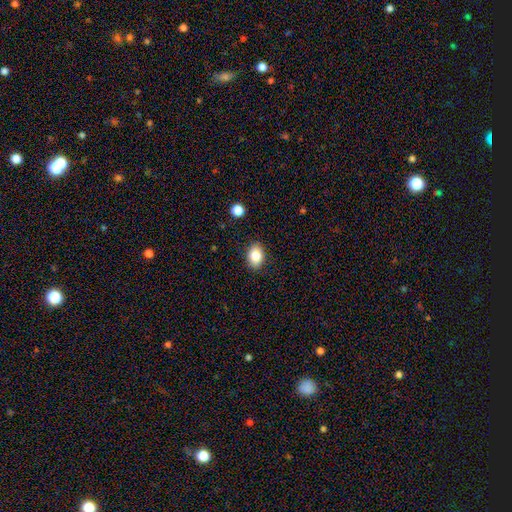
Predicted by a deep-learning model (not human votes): This appears to be a smooth galaxy with no disk features (85%) that is in between round and cigar-shaped (79%). Merging: none (86%).